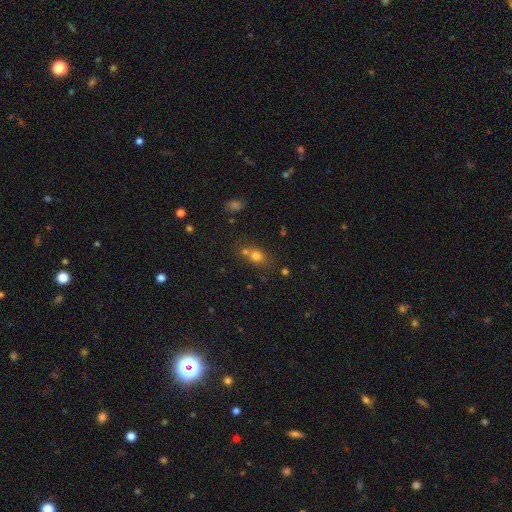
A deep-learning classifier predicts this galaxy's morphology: smooth 72%, star or artifact 17%, featured or disk 11%. Down the decision tree: how rounded — round (57%); merging — none (47%).